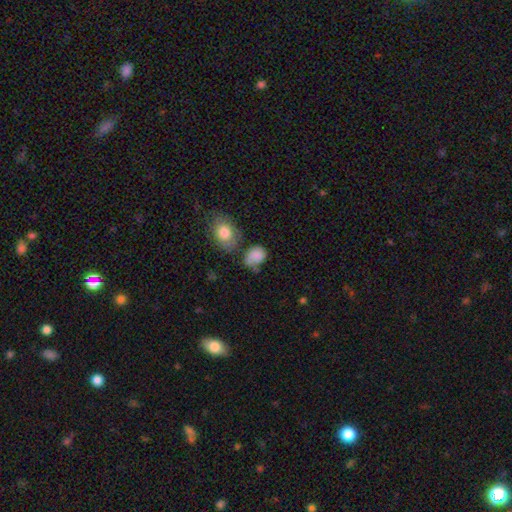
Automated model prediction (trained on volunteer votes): Smooth or featured?
  - smooth: 79% *
  - featured or disk: 12%
  - star or artifact: 9%
How rounded?
  - in between: 63% *
  - round: 35%
  - cigar-shaped: 1%
Merging?
  - none: 39% *
  - minor disturbance: 31%
  - major disturbance: 17%
  - merger: 13%